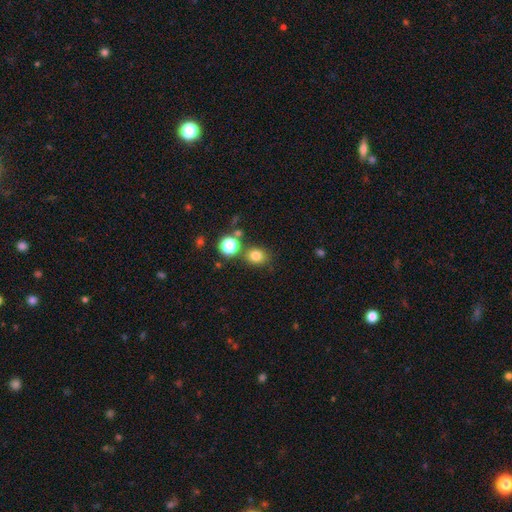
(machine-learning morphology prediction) smooth_or_featured: smooth (p=0.79) [alt: star or artifact p=0.15]
how_rounded: round (p=0.74) [alt: in between p=0.25]
merging: none (p=0.75) [alt: minor disturbance p=0.12]